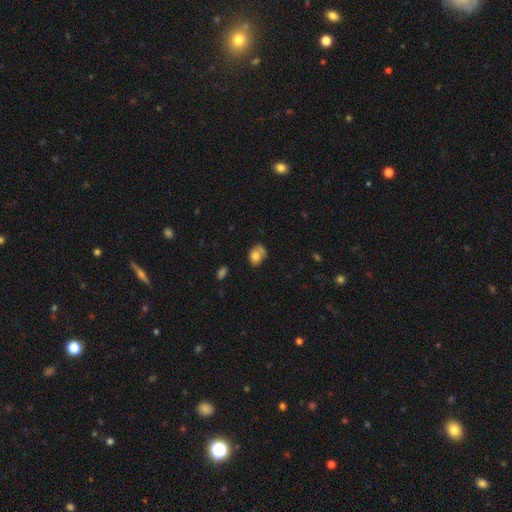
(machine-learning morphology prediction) smooth-or-featured: smooth: 72% | featured or disk: 18% | star or artifact: 9%
  how-rounded: in between: 55% | round: 44% | cigar-shaped: 1%
  merging: none: 42% | minor disturbance: 28% | merger: 17% | major disturbance: 13%